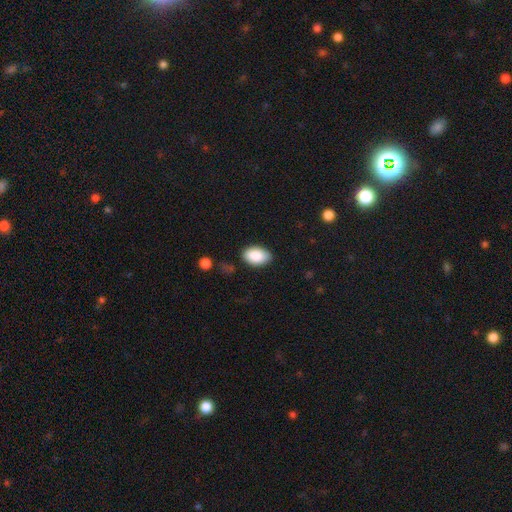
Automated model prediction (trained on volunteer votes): Q: Smooth or featured?
A: smooth (89%); runner-up: star or artifact (7%)
Q: How rounded?
A: in between (93%); runner-up: round (6%)
Q: Merging?
A: none (83%); runner-up: minor disturbance (12%)